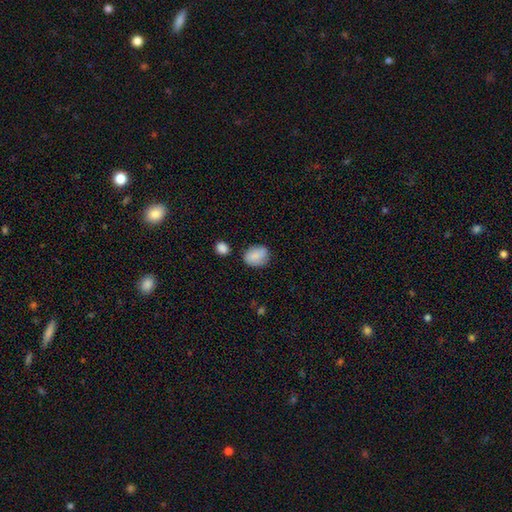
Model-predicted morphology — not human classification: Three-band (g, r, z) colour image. It shows a smooth galaxy with no disk features (83%) that is in between round and cigar-shaped (59%). Merging: none (69%).